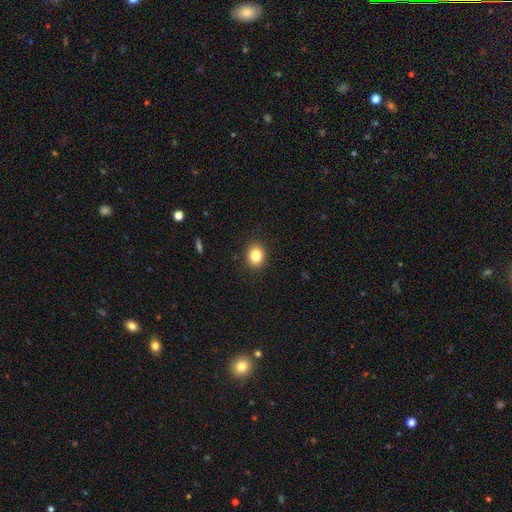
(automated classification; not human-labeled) smooth_or_featured: smooth (p=0.83) [alt: star or artifact p=0.10]
how_rounded: round (p=0.60) [alt: in between p=0.39]
merging: none (p=0.90) [alt: minor disturbance p=0.07]